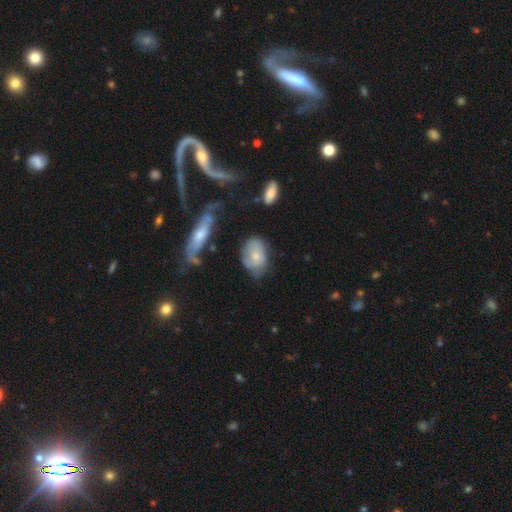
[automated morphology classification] Smooth or featured? Predicted: smooth (p=0.59). How rounded? Predicted: in between (p=0.80). Merging? Predicted: none (p=0.50).